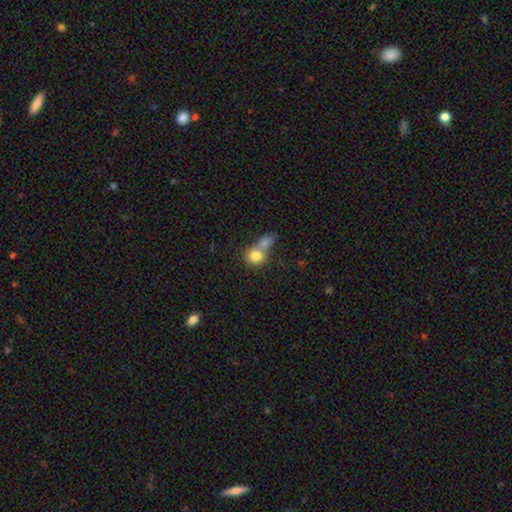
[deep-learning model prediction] Smooth or featured? Predicted: smooth (p=0.79). How rounded? Predicted: round (p=0.75). Merging? Predicted: merger (p=0.59).